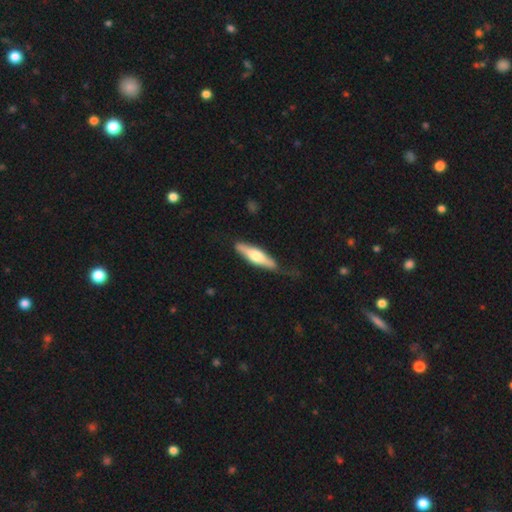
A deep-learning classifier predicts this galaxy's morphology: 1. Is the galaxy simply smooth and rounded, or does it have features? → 49% featured or disk, 47% smooth, 5% star or artifact.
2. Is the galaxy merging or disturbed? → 66% none, 25% minor disturbance, 7% major disturbance, 2% merger.